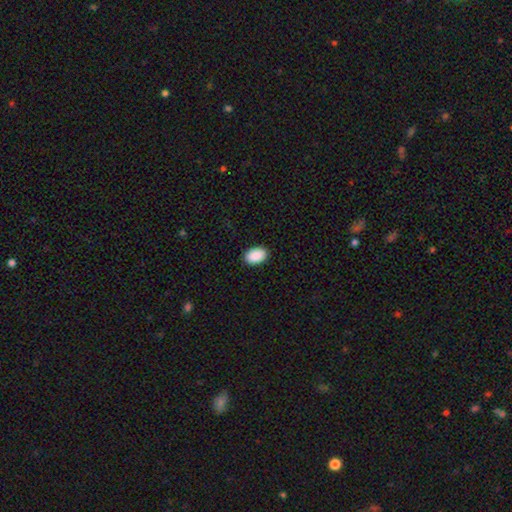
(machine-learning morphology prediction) Smooth or featured: smooth — 91% (star or artifact — 6%)
How rounded: in between — 91% (round — 8%)
Merging: none — 90% (minor disturbance — 7%)